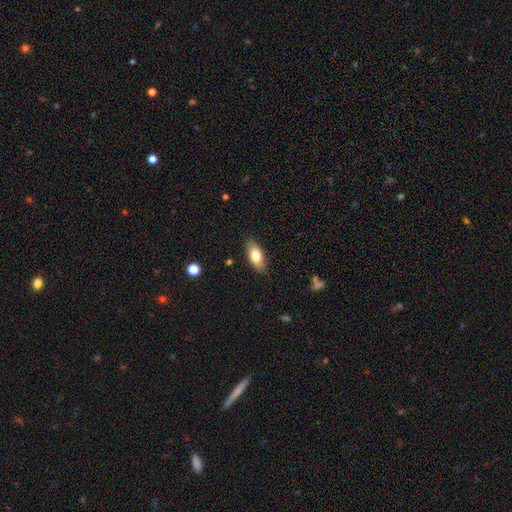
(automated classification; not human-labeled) smooth_or_featured: smooth (p=0.76) [alt: featured or disk p=0.17]
how_rounded: in between (p=0.86) [alt: cigar-shaped p=0.11]
merging: none (p=0.86) [alt: minor disturbance p=0.11]